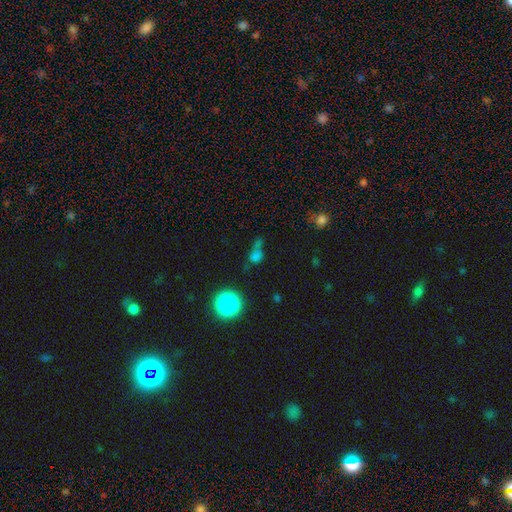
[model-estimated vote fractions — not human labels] smooth-or-featured: smooth: 60% | star or artifact: 28% | featured or disk: 12%
  how-rounded: round: 58% | in between: 37% | cigar-shaped: 5%
  merging: none: 39% | merger: 32% | major disturbance: 15% | minor disturbance: 15%